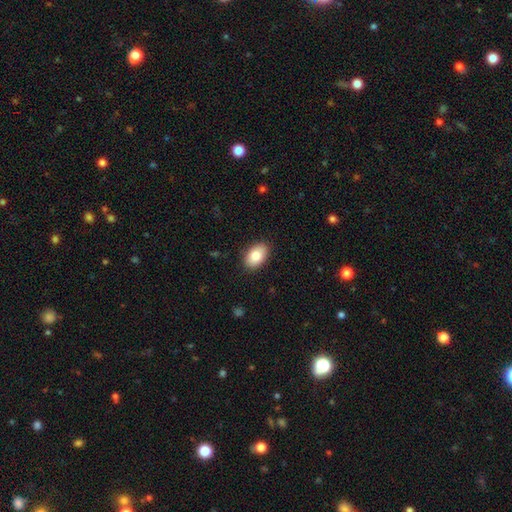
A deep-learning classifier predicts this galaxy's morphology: A smooth galaxy with no disk features (83%) that is in between round and cigar-shaped (90%).

Vote fractions:
- Smooth or featured? smooth: 83% / featured or disk: 10% / star or artifact: 7%
- How rounded? in between: 90% / round: 9% / cigar-shaped: 1%
- Merging? none: 88% / minor disturbance: 9% / major disturbance: 2% / merger: 1%